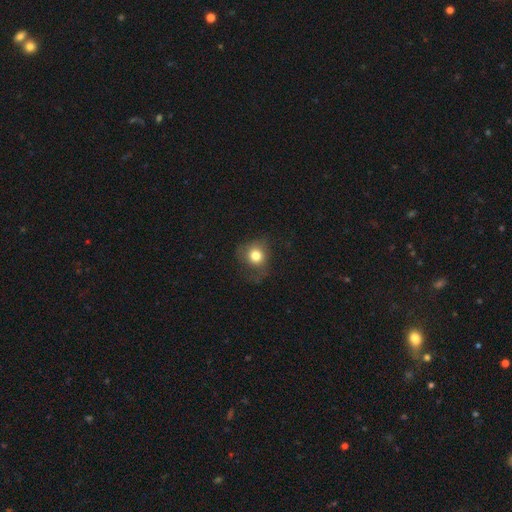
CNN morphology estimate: Overall: smooth (75%). How rounded: round (79%). Merging: none (53%; minor disturbance 25%).